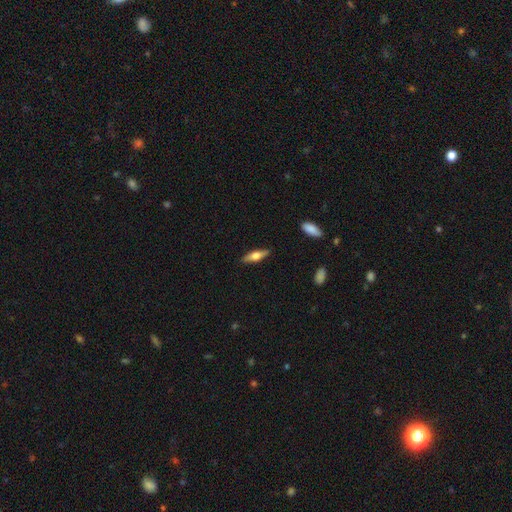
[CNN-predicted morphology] A smooth galaxy with no disk features (50%). Merging: none (87%).